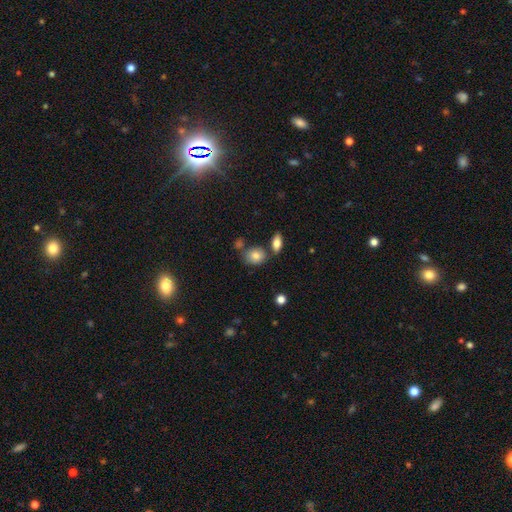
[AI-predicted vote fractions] smooth 81%, featured or disk 10%, star or artifact 9%. Down the decision tree: how rounded — in between (53%); merging — none (66%).